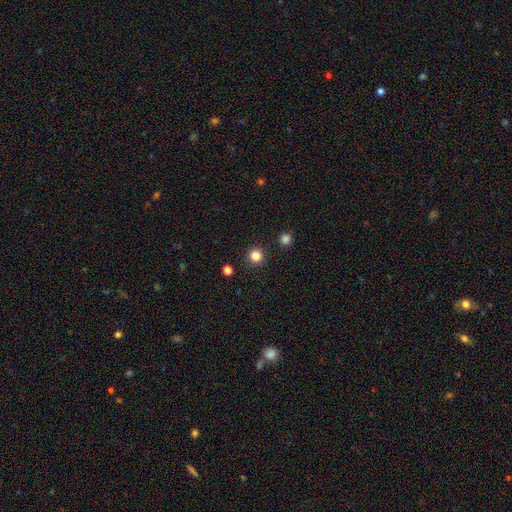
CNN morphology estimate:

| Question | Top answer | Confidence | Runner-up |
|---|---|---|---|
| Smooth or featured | smooth | 83% | star or artifact (13%) |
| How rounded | round | 95% | in between (4%) |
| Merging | none | 91% | minor disturbance (5%) |